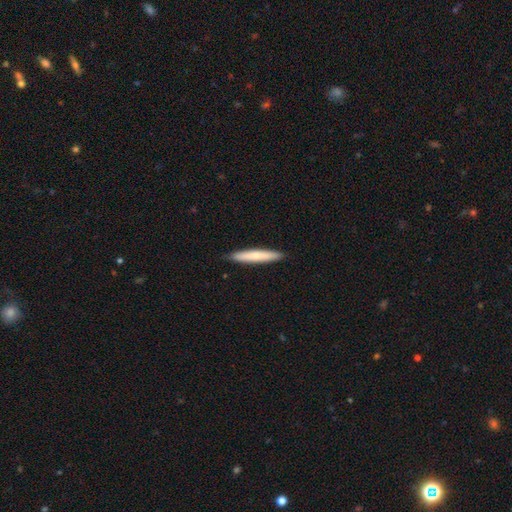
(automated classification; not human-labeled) Smooth or featured? smooth (69%)
How rounded? cigar-shaped (94%)
Merging? none (90%)